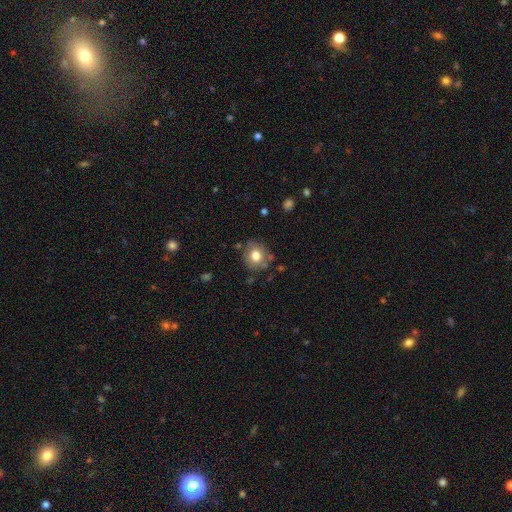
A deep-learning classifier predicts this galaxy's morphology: Q: Smooth or featured?
A: smooth (76%); runner-up: featured or disk (14%)
Q: How rounded?
A: round (85%); runner-up: in between (14%)
Q: Merging?
A: none (80%); runner-up: minor disturbance (13%)